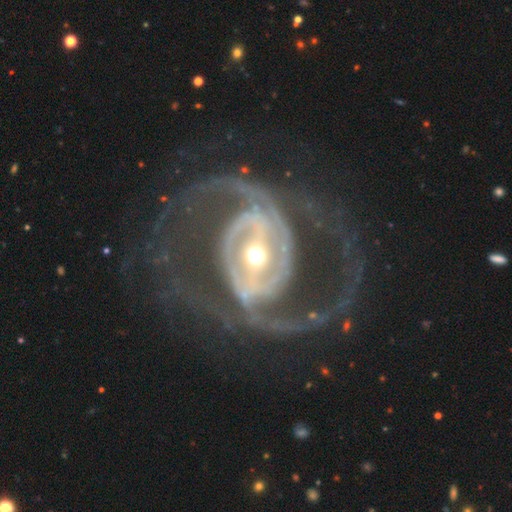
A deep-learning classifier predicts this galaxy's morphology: The model was most divided on "bar": strong: 56%, weak: 29%, no: 15%. More confident: edge-on disk — no (97%); spiral arms — yes (97%); smooth or featured — featured or disk (92%); spiral arm count — 2 (76%); merging — none (63%); bulge size — moderate (62%); spiral winding — medium (53%).